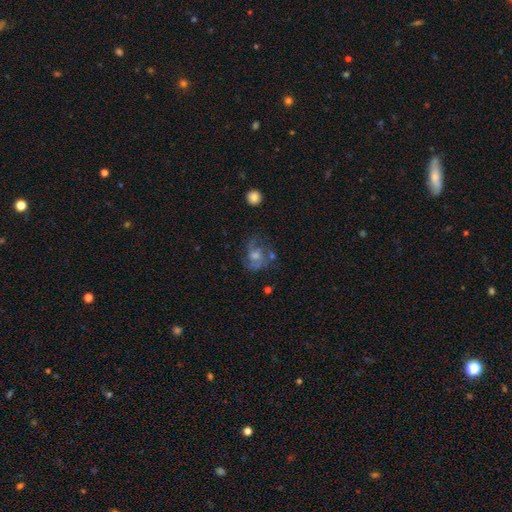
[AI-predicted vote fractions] Smooth or featured? featured or disk (60%)
Edge-on disk? no (98%)
Bar? no (71%)
Spiral arms? yes (69%)
Bulge size? moderate (47%)
Merging? none (45%)